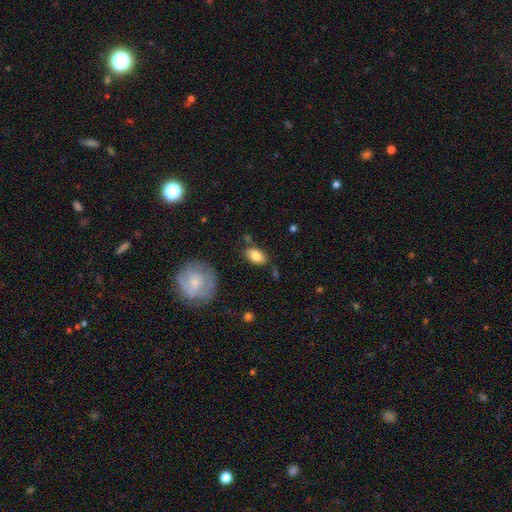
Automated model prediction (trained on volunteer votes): Q: Smooth or featured?
A: smooth (82%); runner-up: featured or disk (11%)
Q: How rounded?
A: in between (89%); runner-up: round (9%)
Q: Merging?
A: none (74%); runner-up: minor disturbance (16%)